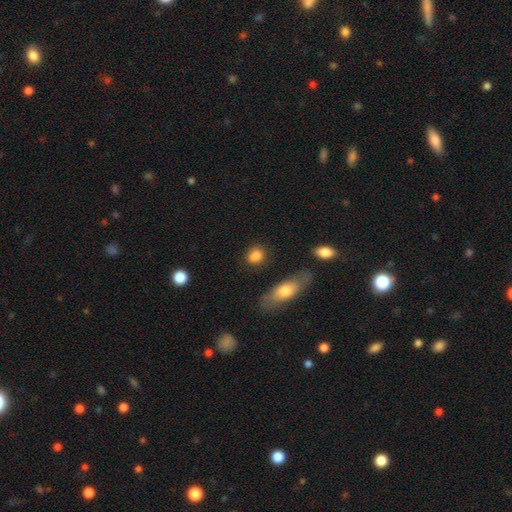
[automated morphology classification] The model was most divided on "how rounded": round: 55%, in between: 41%, cigar-shaped: 4%. More confident: smooth or featured — smooth (84%); merging — none (74%).